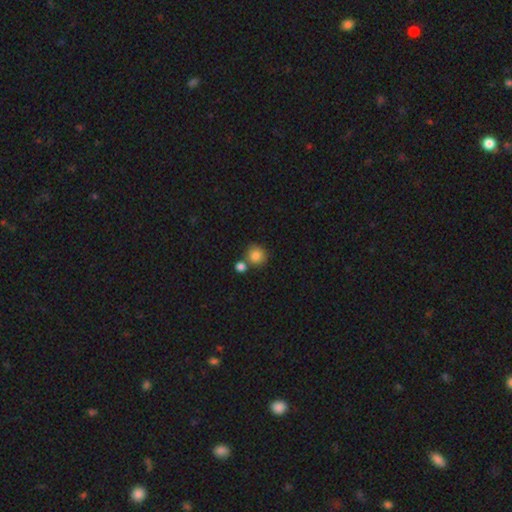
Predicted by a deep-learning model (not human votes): Smooth or featured: smooth — 85% (star or artifact — 9%)
How rounded: round — 88% (in between — 11%)
Merging: none — 64% (merger — 23%)